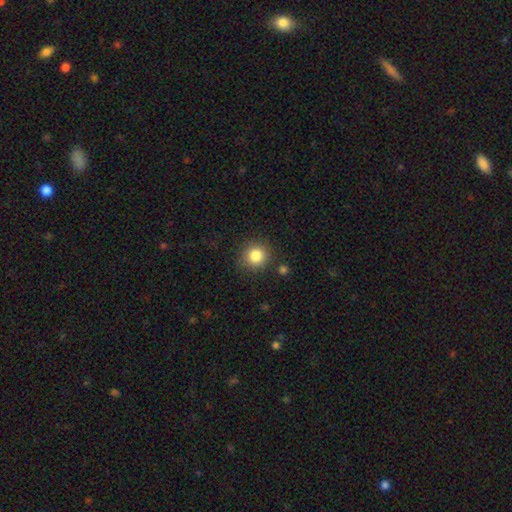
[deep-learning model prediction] smooth-or-featured: smooth: 84% | star or artifact: 10% | featured or disk: 5%
  how-rounded: round: 91% | in between: 8% | cigar-shaped: 1%
  merging: none: 84% | minor disturbance: 9% | major disturbance: 3% | merger: 3%